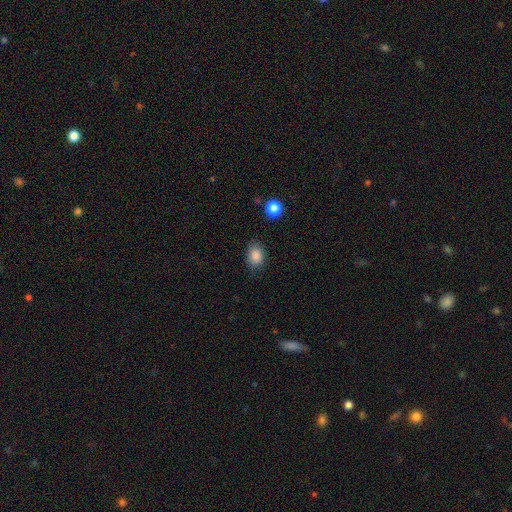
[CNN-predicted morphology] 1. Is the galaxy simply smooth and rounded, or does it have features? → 86% smooth, 10% star or artifact, 4% featured or disk.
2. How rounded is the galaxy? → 67% in between, 32% round, 1% cigar-shaped.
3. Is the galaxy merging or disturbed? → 81% none, 14% minor disturbance, 3% major disturbance, 2% merger.